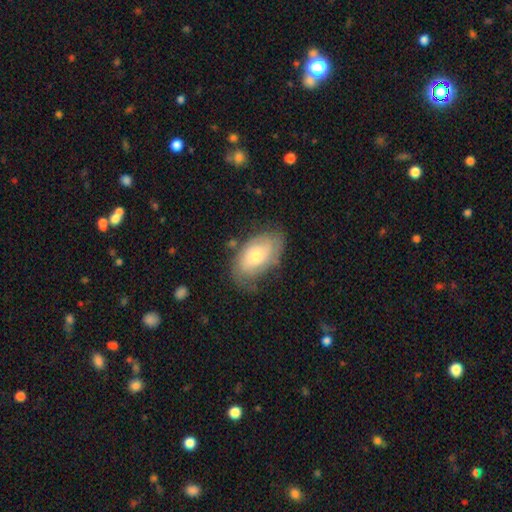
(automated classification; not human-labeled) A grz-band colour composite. It shows a smooth galaxy with no disk features (52%) that is in between round and cigar-shaped (92%). Merging: none (63%).